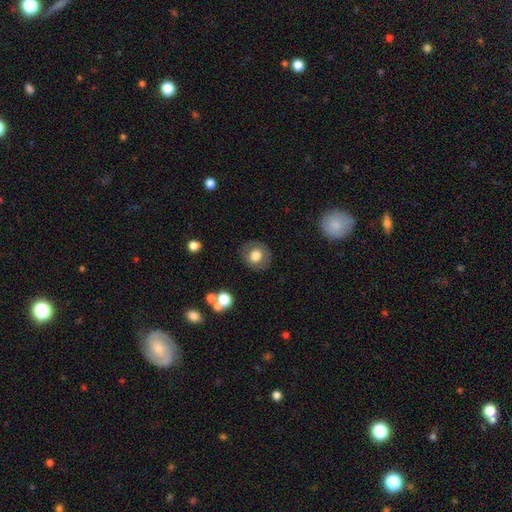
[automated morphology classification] smooth 71%, featured or disk 20%, star or artifact 9%. Down the decision tree: how rounded — round (87%); merging — none (86%).